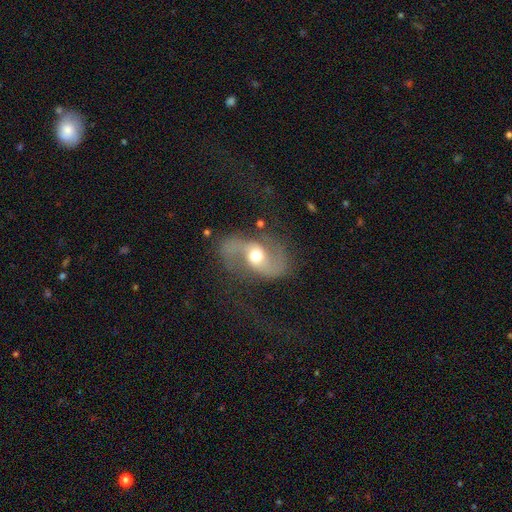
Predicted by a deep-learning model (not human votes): This appears to be a featured or disk galaxy (85%) with no bar (51%), 2 (92%) loose (60%) spiral arms (94%) and a moderate central bulge (69%). Merging: none (63%).